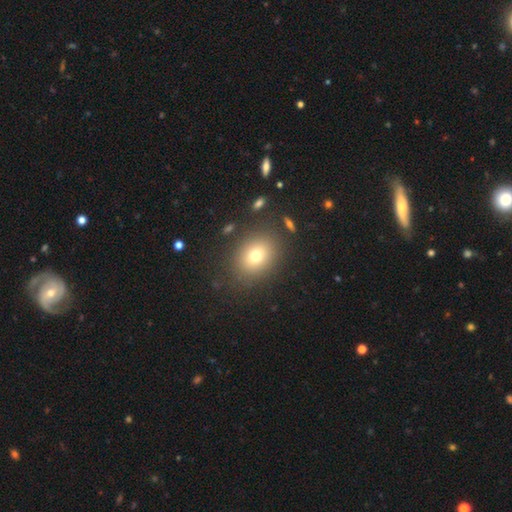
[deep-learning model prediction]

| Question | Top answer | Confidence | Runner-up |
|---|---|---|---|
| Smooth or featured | smooth | 74% | star or artifact (14%) |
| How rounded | round | 52% | in between (47%) |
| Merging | none | 85% | minor disturbance (9%) |